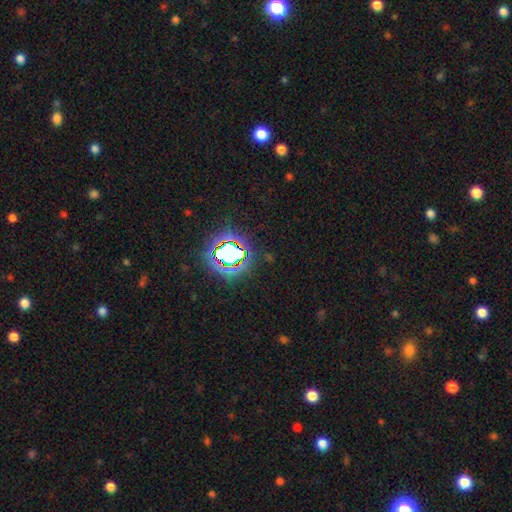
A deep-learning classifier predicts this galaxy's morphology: smooth_or_featured: star or artifact (p=0.77) [alt: smooth p=0.15]